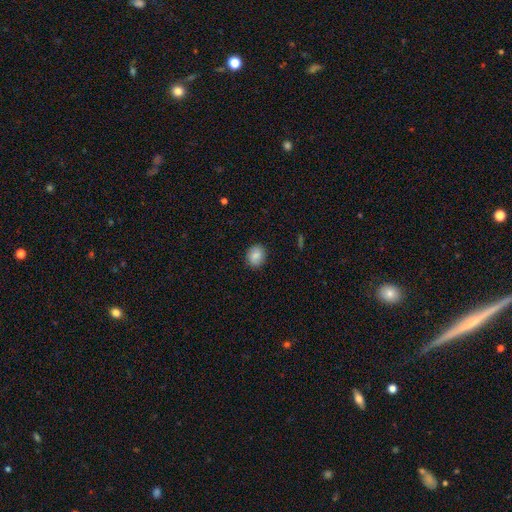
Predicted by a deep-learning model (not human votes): This is clearly a smooth galaxy (83%). How rounded: likely round (65%). Merging: clearly none (86%).